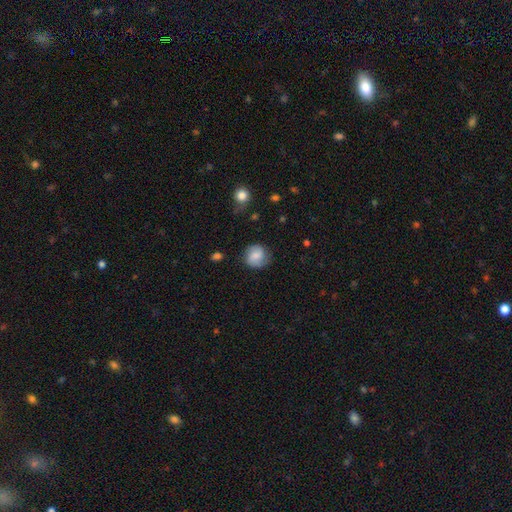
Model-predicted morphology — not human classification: The model was most divided on "smooth or featured": smooth: 66%, featured or disk: 26%, star or artifact: 8%. More confident: how rounded — round (84%); merging — none (74%).